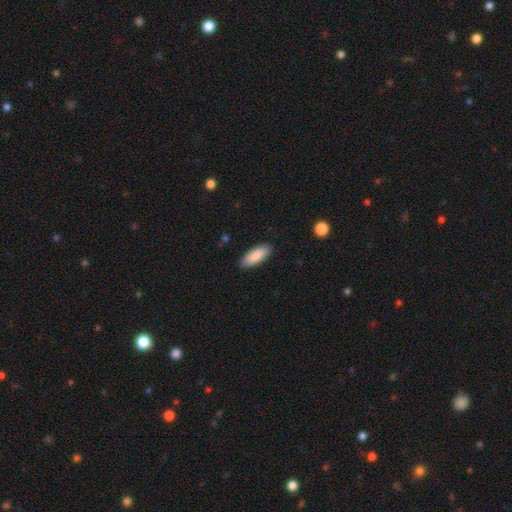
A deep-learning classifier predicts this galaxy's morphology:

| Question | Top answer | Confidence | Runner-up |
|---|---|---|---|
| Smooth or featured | smooth | 89% | featured or disk (6%) |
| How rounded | in between | 78% | cigar-shaped (20%) |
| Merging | none | 89% | minor disturbance (8%) |